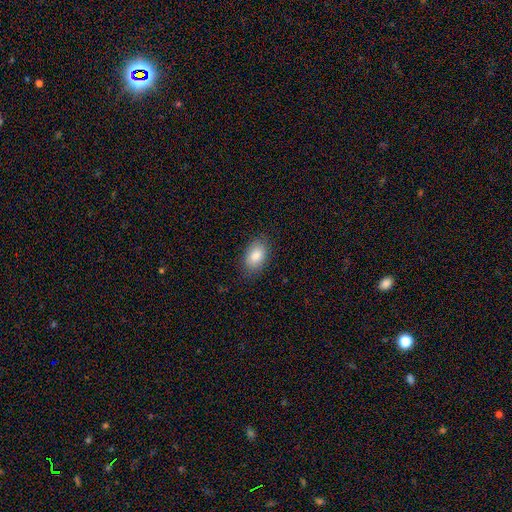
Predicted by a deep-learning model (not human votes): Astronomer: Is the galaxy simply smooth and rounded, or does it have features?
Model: smooth — 85%.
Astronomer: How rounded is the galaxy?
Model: in between — 91%.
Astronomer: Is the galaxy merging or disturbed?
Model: none — 84%.